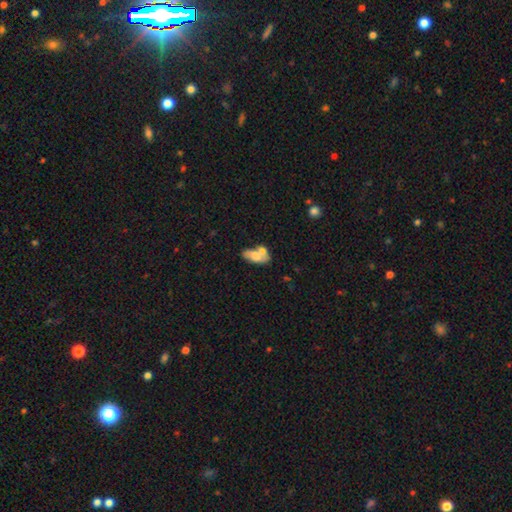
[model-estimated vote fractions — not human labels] A smooth galaxy with no disk features (56%) that is in between round and cigar-shaped (89%). Merging: merger (50%).